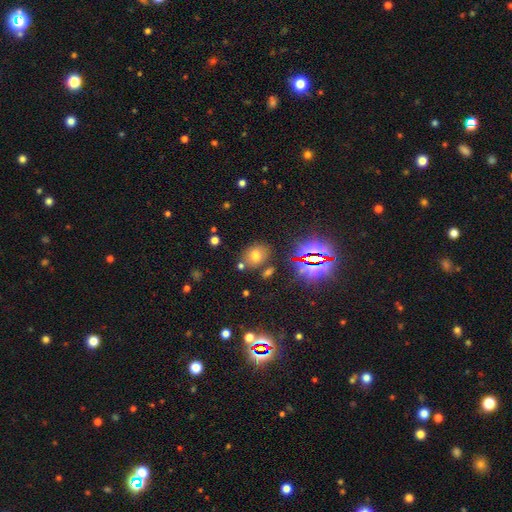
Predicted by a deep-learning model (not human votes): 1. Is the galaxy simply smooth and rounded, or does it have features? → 62% smooth, 26% star or artifact, 12% featured or disk.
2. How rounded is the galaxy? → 54% in between, 44% round, 1% cigar-shaped.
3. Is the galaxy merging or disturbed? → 74% none, 12% minor disturbance, 10% merger, 4% major disturbance.